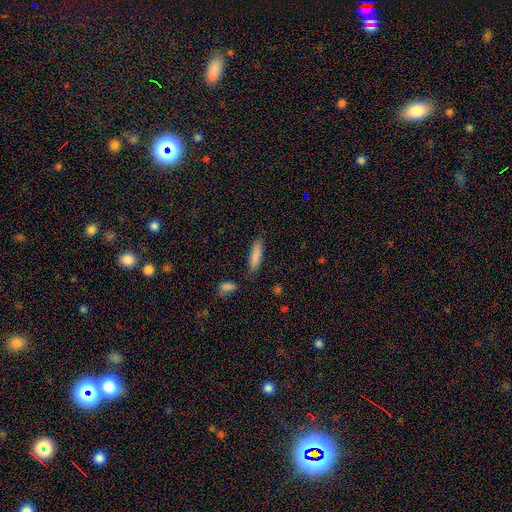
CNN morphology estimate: smooth_or_featured: smooth (p=0.84) [alt: featured or disk p=0.08]
how_rounded: cigar-shaped (p=0.71) [alt: in between p=0.28]
merging: none (p=0.79) [alt: minor disturbance p=0.13]